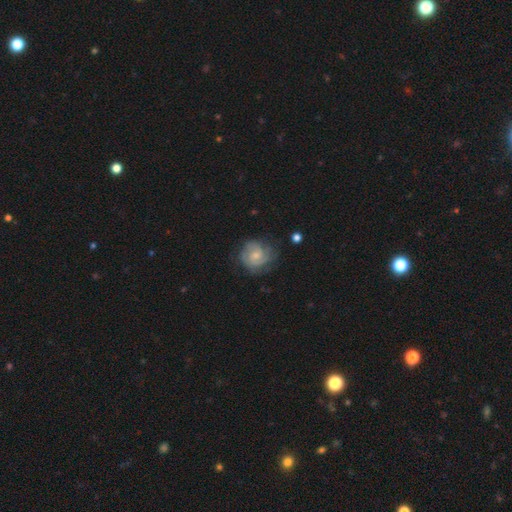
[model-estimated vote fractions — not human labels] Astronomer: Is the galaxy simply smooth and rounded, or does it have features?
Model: featured or disk — 71%.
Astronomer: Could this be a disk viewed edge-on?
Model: no — 98%.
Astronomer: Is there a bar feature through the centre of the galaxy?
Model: no — 60% (runner-up: weak, 35%).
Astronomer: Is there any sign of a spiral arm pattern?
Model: yes — 92%.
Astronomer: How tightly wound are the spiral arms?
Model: tight — 54% (runner-up: medium, 36%).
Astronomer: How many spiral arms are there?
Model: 2 — 51%.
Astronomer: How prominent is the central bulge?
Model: small — 52% (runner-up: moderate, 35%).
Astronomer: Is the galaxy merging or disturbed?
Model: none — 67%.